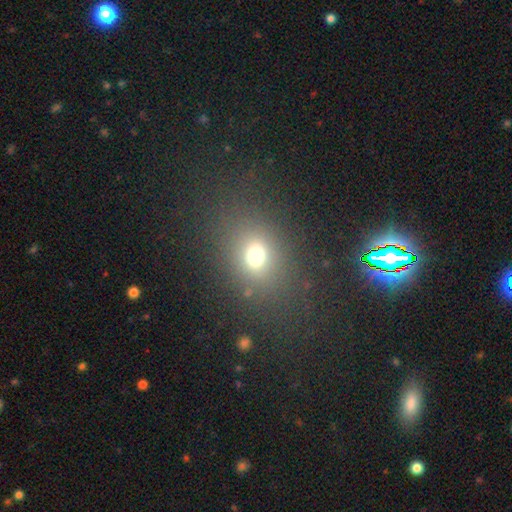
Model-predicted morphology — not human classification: A smooth galaxy with no disk features (71%) that is round (52%).

Vote fractions:
- Smooth or featured? smooth: 71% / star or artifact: 20% / featured or disk: 10%
- How rounded? round: 52% / in between: 46% / cigar-shaped: 2%
- Merging? none: 79% / minor disturbance: 11% / major disturbance: 7% / merger: 3%